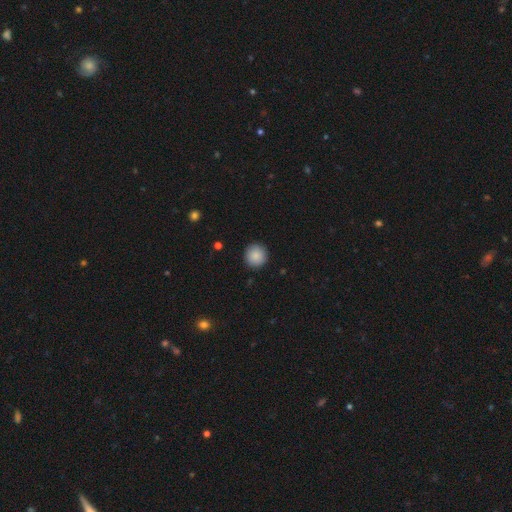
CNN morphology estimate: Smooth or featured: smooth — 89% (star or artifact — 8%)
How rounded: round — 95% (in between — 4%)
Merging: none — 91% (minor disturbance — 6%)